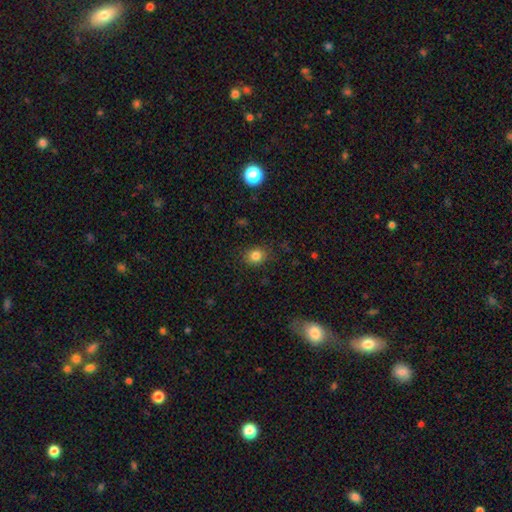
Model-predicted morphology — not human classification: smooth 83%, star or artifact 12%, featured or disk 5%. Down the decision tree: how rounded — round (64%); merging — none (85%).